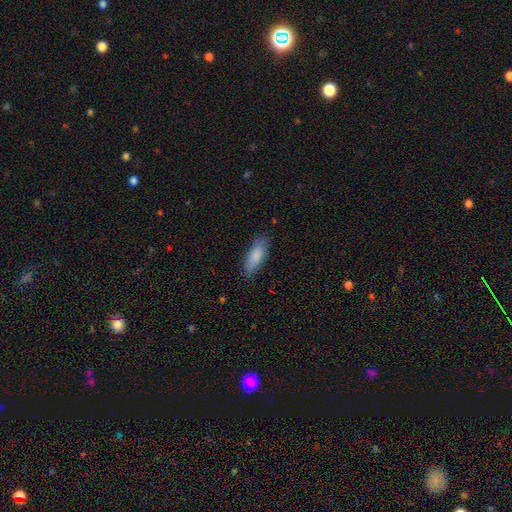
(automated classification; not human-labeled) smooth_or_featured: smooth (p=0.85) [alt: featured or disk p=0.09]
how_rounded: in between (p=0.69) [alt: cigar-shaped p=0.29]
merging: none (p=0.82) [alt: minor disturbance p=0.14]